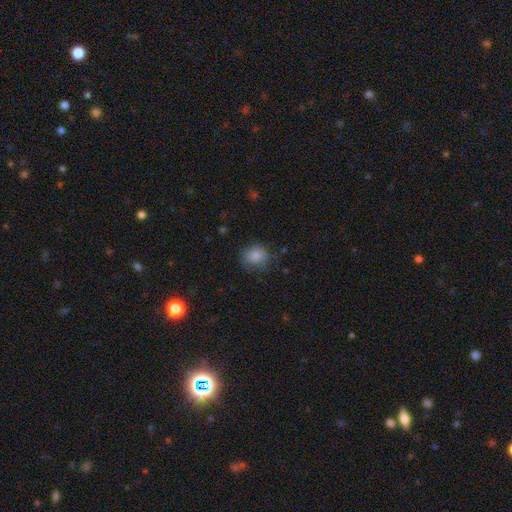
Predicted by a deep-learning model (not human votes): A smooth galaxy with no disk features (84%) that is round (71%). Merging: none (72%).